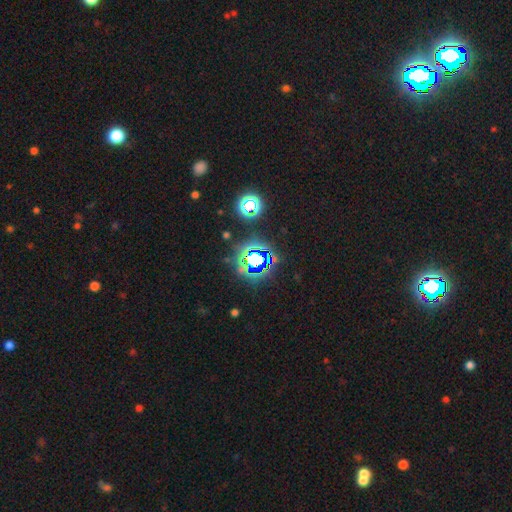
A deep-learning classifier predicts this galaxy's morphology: Smooth or featured? Predicted: star or artifact (p=0.72).